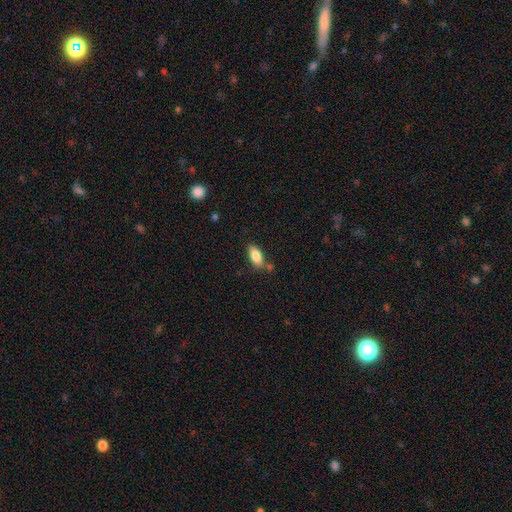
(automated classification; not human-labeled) This is clearly a smooth galaxy (83%). How rounded: clearly in between (86%). Merging: likely none (75%).